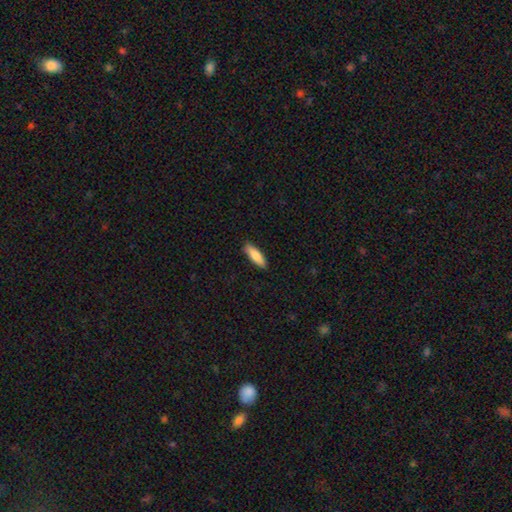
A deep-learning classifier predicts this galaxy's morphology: A smooth galaxy with no disk features (84%) that is cigar-shaped (54%).

Vote fractions:
- Smooth or featured? smooth: 84% / featured or disk: 10% / star or artifact: 6%
- How rounded? cigar-shaped: 54% / in between: 44% / round: 2%
- Merging? none: 86% / minor disturbance: 11% / major disturbance: 2% / merger: 1%